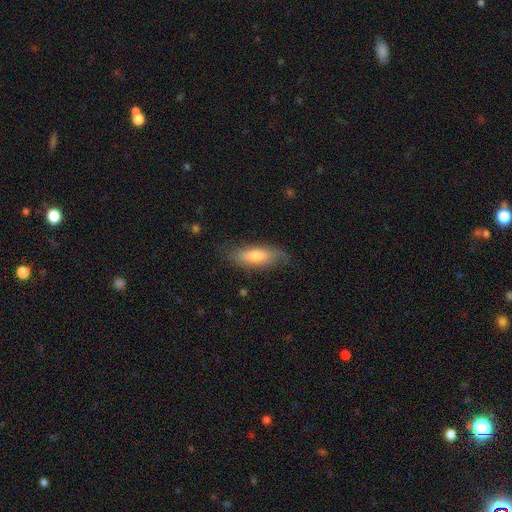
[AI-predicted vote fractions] smooth 67%, featured or disk 27%, star or artifact 6%. Down the decision tree: how rounded — in between (63%); merging — none (72%).